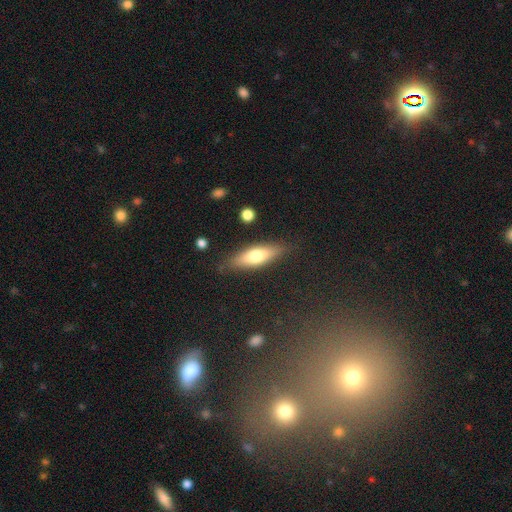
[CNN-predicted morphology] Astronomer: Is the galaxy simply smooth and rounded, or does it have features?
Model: smooth — 61%.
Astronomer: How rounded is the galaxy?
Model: cigar-shaped — 49% (runner-up: in between, 48%).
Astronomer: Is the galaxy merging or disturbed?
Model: none — 82%.